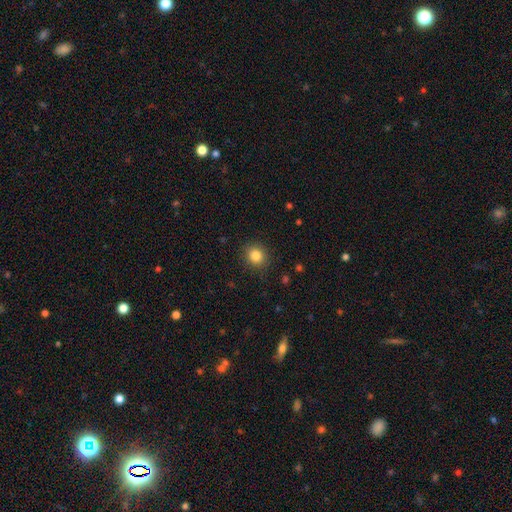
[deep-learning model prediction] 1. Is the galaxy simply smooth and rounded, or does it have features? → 84% smooth, 11% star or artifact, 5% featured or disk.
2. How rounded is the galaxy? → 83% round, 16% in between, 1% cigar-shaped.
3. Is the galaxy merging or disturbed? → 89% none, 8% minor disturbance, 3% major disturbance, 1% merger.